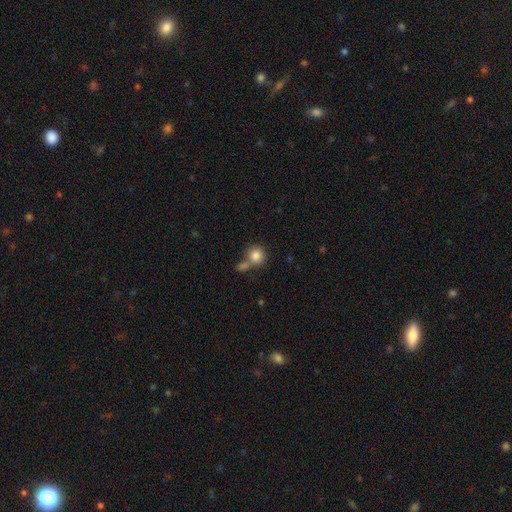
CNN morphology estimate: Q: Smooth or featured?
A: smooth (83%); runner-up: star or artifact (9%)
Q: How rounded?
A: round (87%); runner-up: in between (12%)
Q: Merging?
A: none (54%); runner-up: merger (31%)